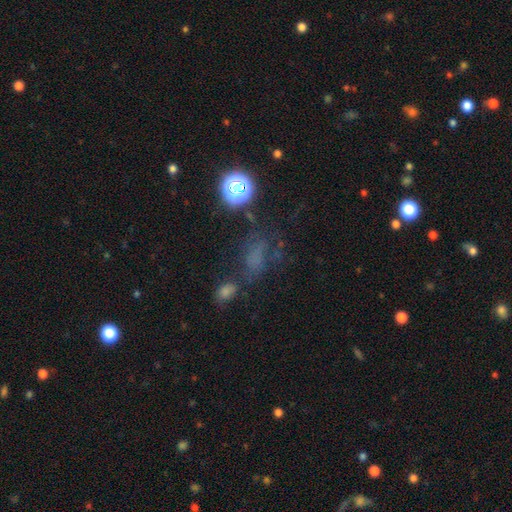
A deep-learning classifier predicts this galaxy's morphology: type=smooth (45%); merging=none (49%).